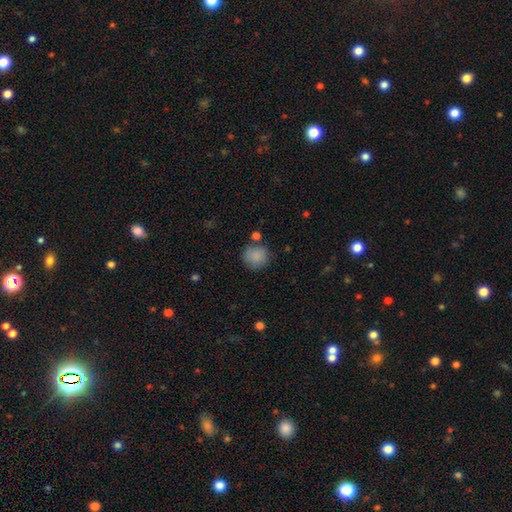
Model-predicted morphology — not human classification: Smooth or featured? Predicted: smooth (p=0.87). How rounded? Predicted: round (p=0.91). Merging? Predicted: none (p=0.77).